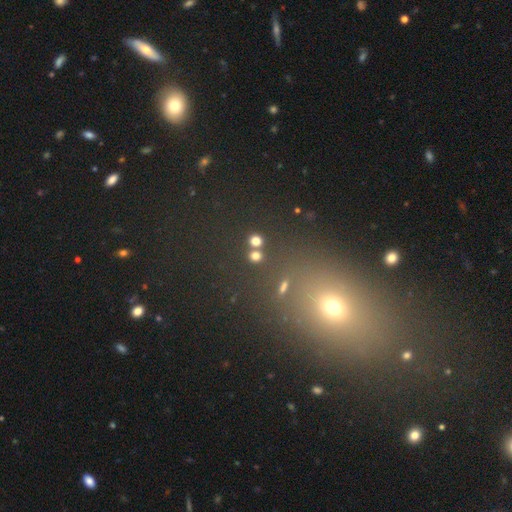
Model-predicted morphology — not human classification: Smooth or featured?
  - smooth: 74% *
  - star or artifact: 20%
  - featured or disk: 6%
How rounded?
  - round: 85% *
  - in between: 14%
  - cigar-shaped: 1%
Merging?
  - none: 75% *
  - merger: 14%
  - minor disturbance: 7%
  - major disturbance: 3%